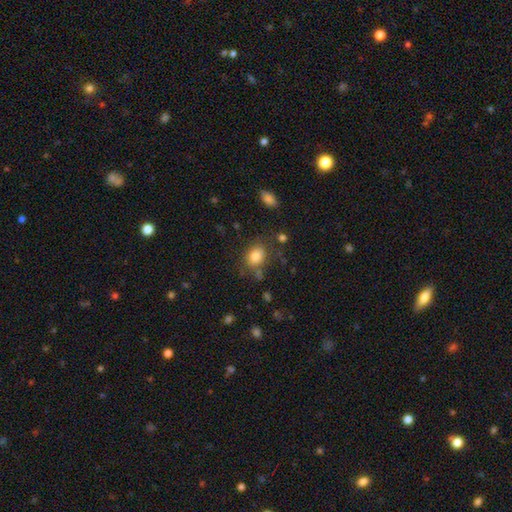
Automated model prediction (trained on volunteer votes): smooth 82%, star or artifact 10%, featured or disk 7%. Down the decision tree: how rounded — in between (53%); merging — none (72%).